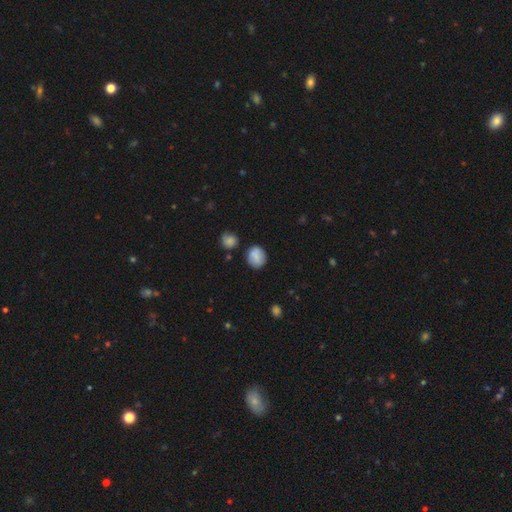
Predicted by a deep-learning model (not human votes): Overall: smooth (80%). How rounded: round (68%; in between 31%). Merging: none (73%).